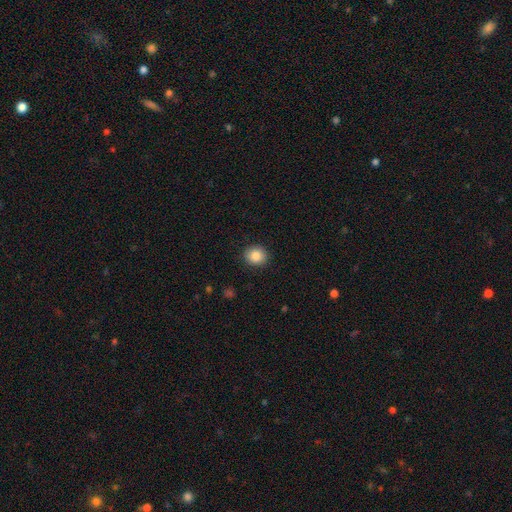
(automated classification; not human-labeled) Smooth or featured? smooth (86%)
How rounded? round (79%)
Merging? none (90%)